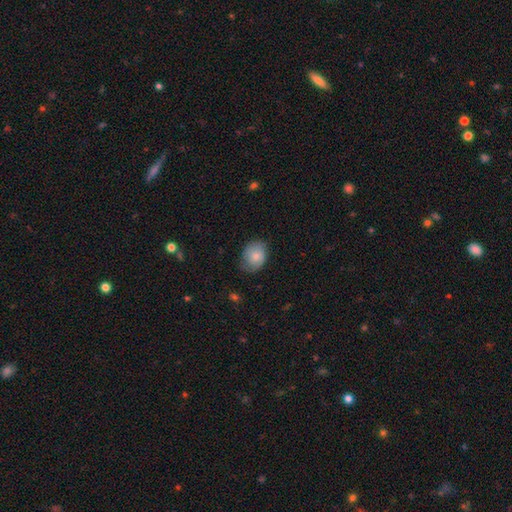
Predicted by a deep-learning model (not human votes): This appears to be a smooth galaxy with no disk features (76%) that is in between round and cigar-shaped (59%). Merging: none (65%).